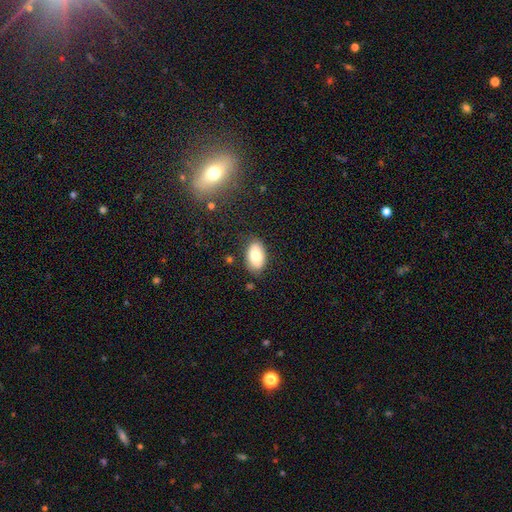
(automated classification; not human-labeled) The model was most divided on "smooth or featured": smooth: 78%, featured or disk: 15%, star or artifact: 7%. More confident: how rounded — in between (93%); merging — none (80%).